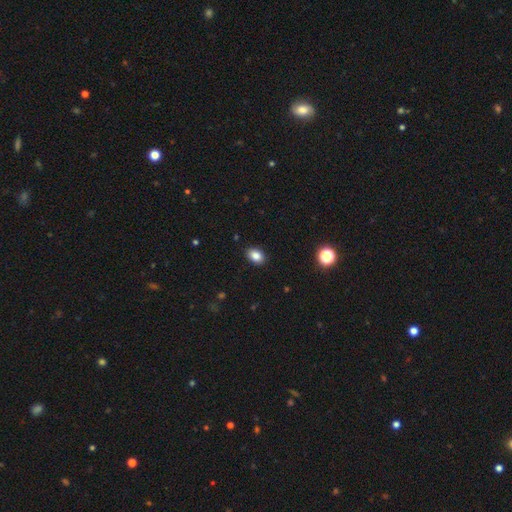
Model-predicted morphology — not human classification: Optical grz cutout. It shows a smooth galaxy with no disk features (85%) that is in between round and cigar-shaped (81%). Merging: none (89%).